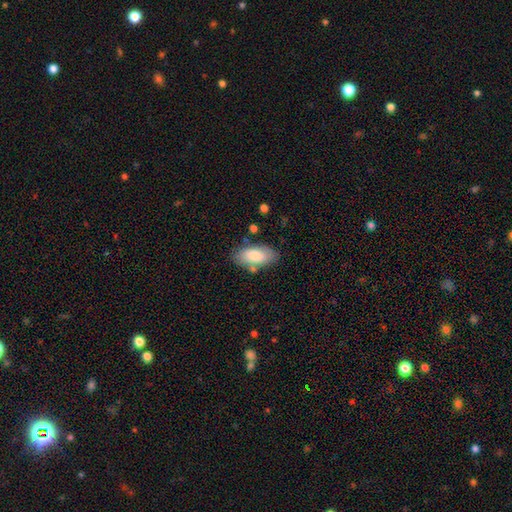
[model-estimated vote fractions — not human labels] Smooth or featured?
  - smooth: 84% *
  - featured or disk: 10%
  - star or artifact: 6%
How rounded?
  - in between: 92% *
  - cigar-shaped: 5%
  - round: 3%
Merging?
  - none: 75% *
  - minor disturbance: 16%
  - merger: 5%
  - major disturbance: 4%